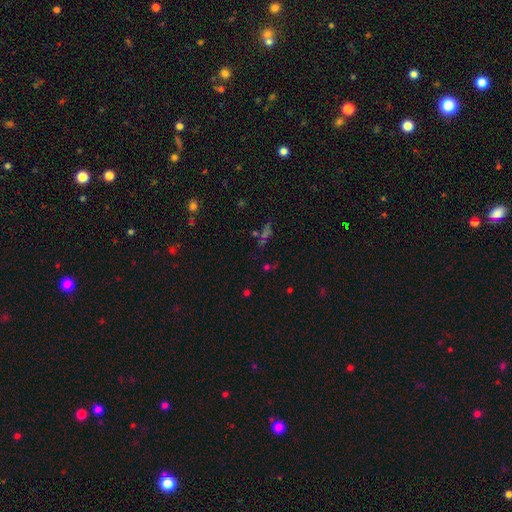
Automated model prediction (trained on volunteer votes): Q: Smooth or featured?
A: star or artifact (52%); runner-up: smooth (36%)